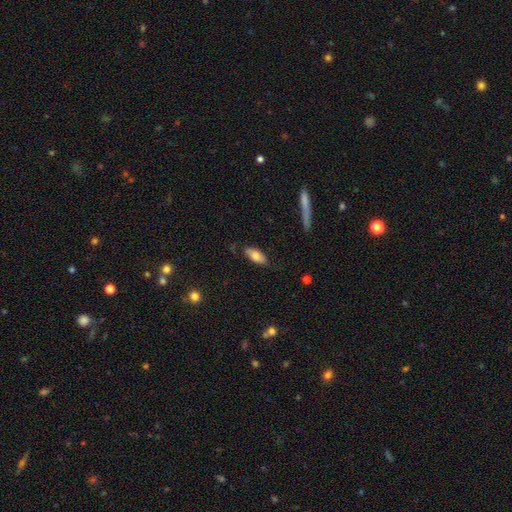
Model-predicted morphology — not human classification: smooth_or_featured: smooth (p=0.75) [alt: featured or disk p=0.19]
how_rounded: in between (p=0.81) [alt: cigar-shaped p=0.16]
merging: none (p=0.80) [alt: minor disturbance p=0.15]